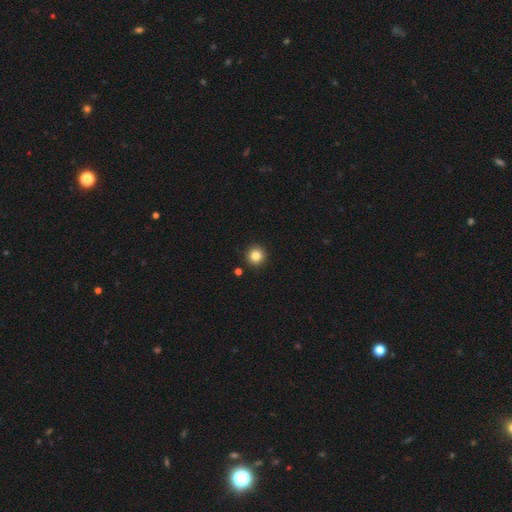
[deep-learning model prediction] Smooth or featured? smooth (83%)
How rounded? round (96%)
Merging? none (92%)